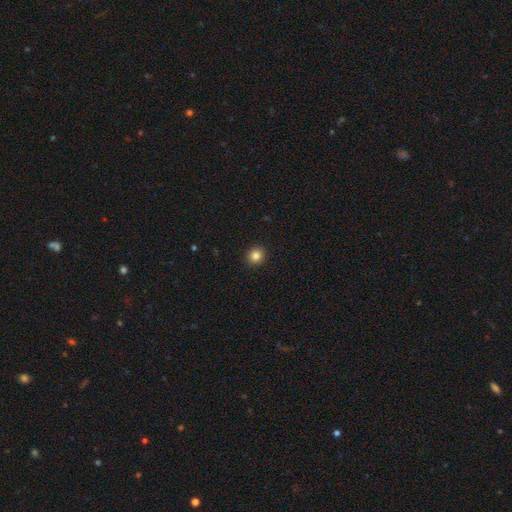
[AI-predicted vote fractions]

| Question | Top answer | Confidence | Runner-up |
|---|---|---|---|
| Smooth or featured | smooth | 84% | star or artifact (11%) |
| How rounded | round | 86% | in between (13%) |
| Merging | none | 93% | minor disturbance (5%) |